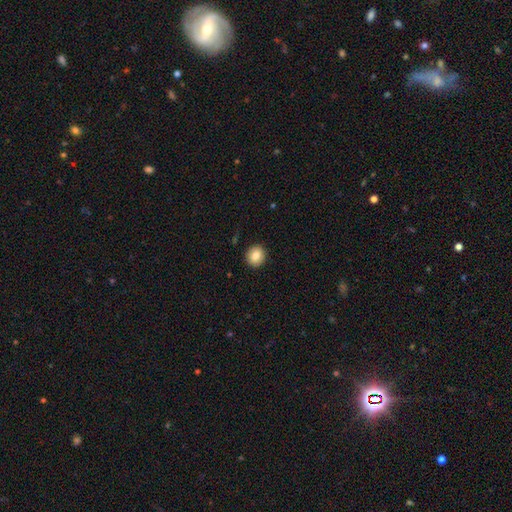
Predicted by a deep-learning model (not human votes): Smooth or featured: smooth — 83% (featured or disk — 9%)
How rounded: round — 83% (in between — 16%)
Merging: none — 91% (minor disturbance — 6%)